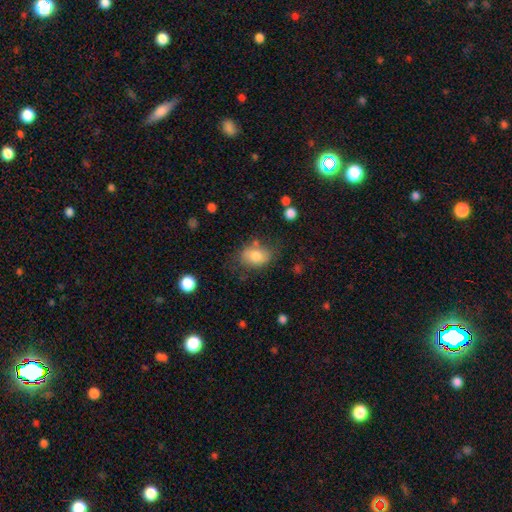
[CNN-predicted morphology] Q: Smooth or featured?
A: smooth (76%); runner-up: featured or disk (15%)
Q: How rounded?
A: in between (74%); runner-up: round (24%)
Q: Merging?
A: none (64%); runner-up: minor disturbance (22%)